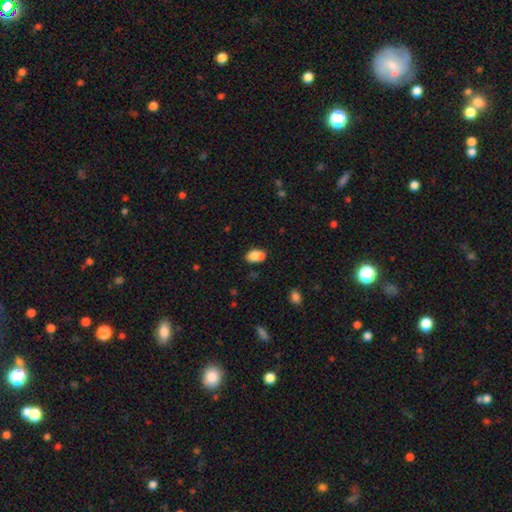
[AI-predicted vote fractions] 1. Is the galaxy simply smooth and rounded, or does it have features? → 84% smooth, 8% star or artifact, 8% featured or disk.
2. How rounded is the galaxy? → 88% in between, 10% round, 1% cigar-shaped.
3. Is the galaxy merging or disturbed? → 63% none, 21% minor disturbance, 11% merger, 5% major disturbance.